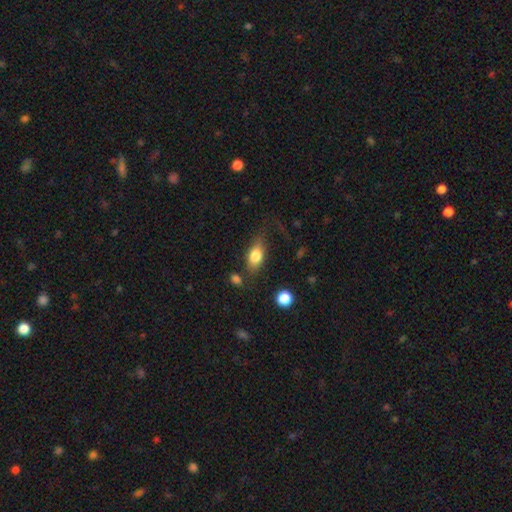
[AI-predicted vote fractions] smooth 78%, featured or disk 15%, star or artifact 8%. Down the decision tree: how rounded — in between (82%); merging — none (59%).